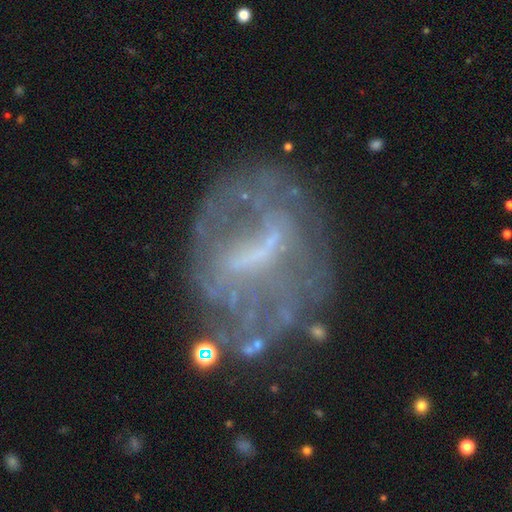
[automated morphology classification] Smooth or featured?
  - featured or disk: 71% *
  - smooth: 16%
  - star or artifact: 12%
Edge-on disk?
  - no: 96% *
  - yes: 4%
Bar?
  - weak: 38% *
  - strong: 37%
  - no: 25%
Spiral arms?
  - no: 61% *
  - yes: 39%
Bulge size?
  - none: 48% *
  - small: 30%
  - moderate: 17%
  - large: 3%
  - dominant: 1%
Merging?
  - none: 53% *
  - major disturbance: 22%
  - minor disturbance: 19%
  - merger: 5%